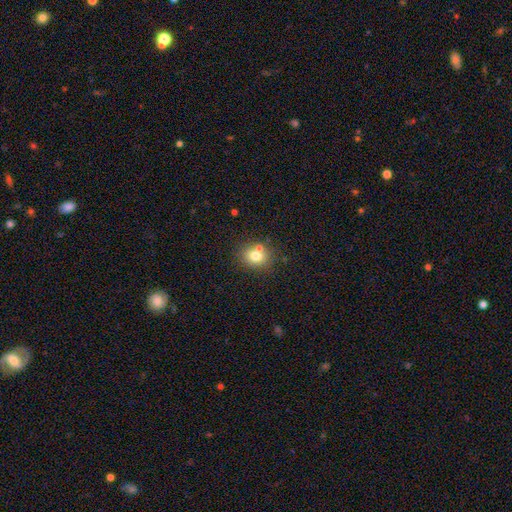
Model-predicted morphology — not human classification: smooth 76%, star or artifact 12%, featured or disk 12%. Down the decision tree: how rounded — round (66%); merging — none (67%).